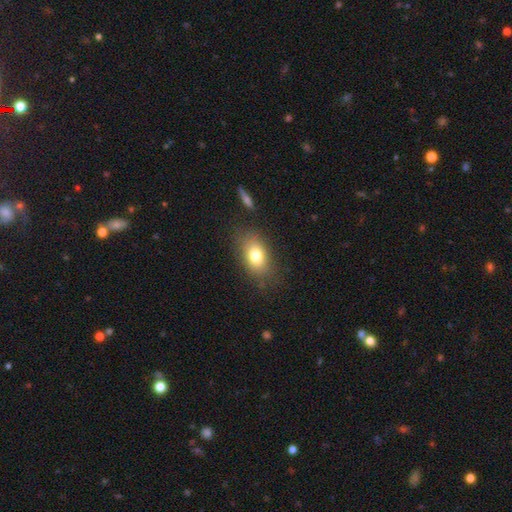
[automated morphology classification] Smooth or featured? smooth (77%)
How rounded? in between (82%)
Merging? none (78%)